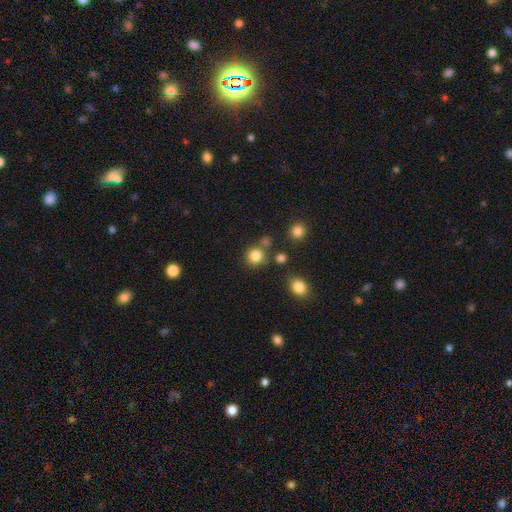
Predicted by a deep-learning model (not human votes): Smooth or featured? Predicted: smooth (p=0.83). How rounded? Predicted: round (p=0.88). Merging? Predicted: none (p=0.74).